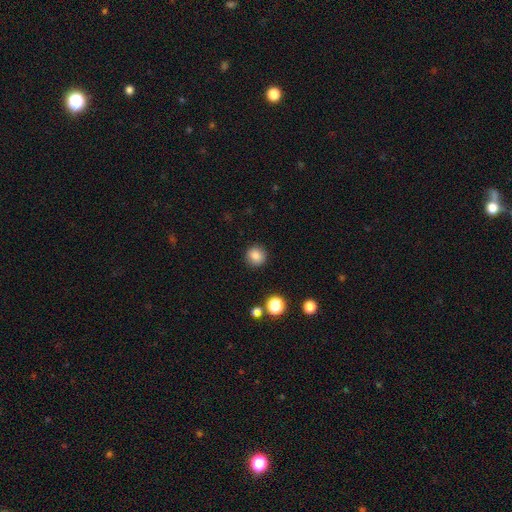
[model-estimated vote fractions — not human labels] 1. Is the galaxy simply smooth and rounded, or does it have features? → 84% smooth, 11% star or artifact, 5% featured or disk.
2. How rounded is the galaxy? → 92% round, 7% in between, 1% cigar-shaped.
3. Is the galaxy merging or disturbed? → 90% none, 6% minor disturbance, 2% major disturbance, 1% merger.